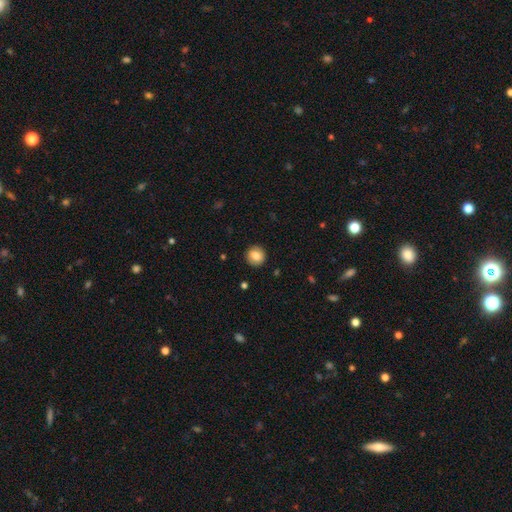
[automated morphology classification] smooth 77%, featured or disk 14%, star or artifact 8%. Down the decision tree: how rounded — round (86%); merging — none (90%).